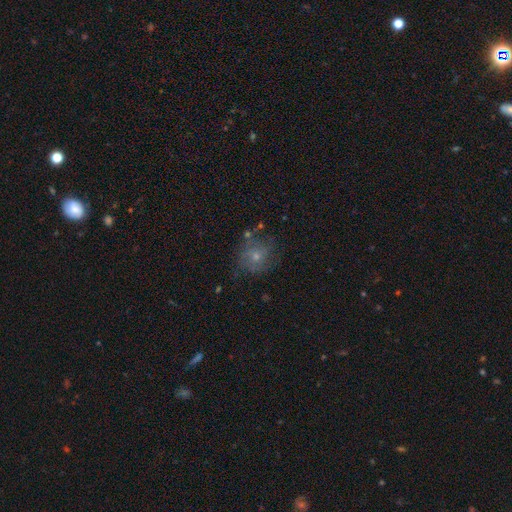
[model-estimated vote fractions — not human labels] This appears to be a smooth galaxy with no disk features (55%) that is round (82%). Merging: none (64%).